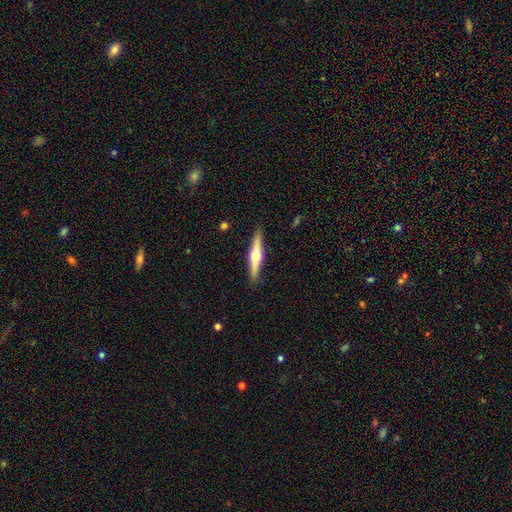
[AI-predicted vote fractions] Smooth or featured?
  - featured or disk: 67% *
  - smooth: 28%
  - star or artifact: 5%
Edge-on disk?
  - yes: 97% *
  - no: 3%
Edge-on bulge?
  - rounded: 95% *
  - boxy: 3%
  - none: 3%
Merging?
  - none: 90% *
  - minor disturbance: 7%
  - major disturbance: 2%
  - merger: 1%